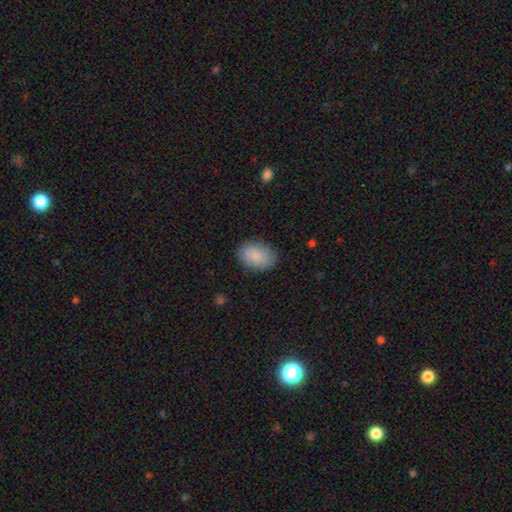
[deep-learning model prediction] This is clearly a smooth galaxy (87%). How rounded: clearly in between (85%). Merging: clearly none (83%).